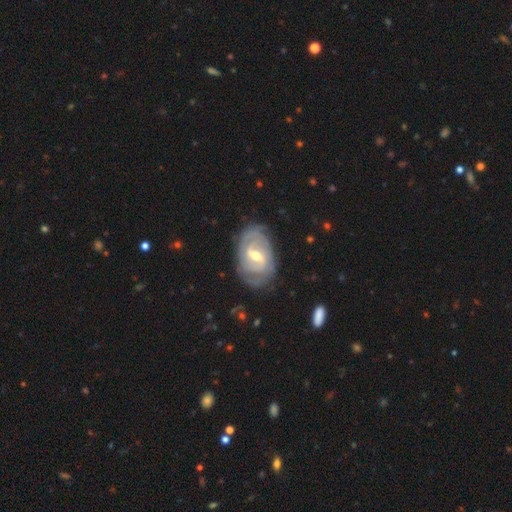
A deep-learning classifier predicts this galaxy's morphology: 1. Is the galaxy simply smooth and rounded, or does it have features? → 83% featured or disk, 11% smooth, 5% star or artifact.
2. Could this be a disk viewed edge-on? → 95% no, 5% yes.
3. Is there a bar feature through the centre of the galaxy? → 53% weak, 32% strong, 14% no.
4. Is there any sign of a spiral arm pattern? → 90% yes, 10% no.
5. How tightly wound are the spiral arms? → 65% tight, 27% medium, 8% loose.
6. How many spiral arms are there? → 42% 2, 33% can't tell, 12% 3, 5% 4, 4% 1, 3% more than 4.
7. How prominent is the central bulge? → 64% moderate, 31% small, 3% large, 1% none, 1% dominant.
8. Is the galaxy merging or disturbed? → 74% none, 18% minor disturbance, 6% major disturbance, 1% merger.